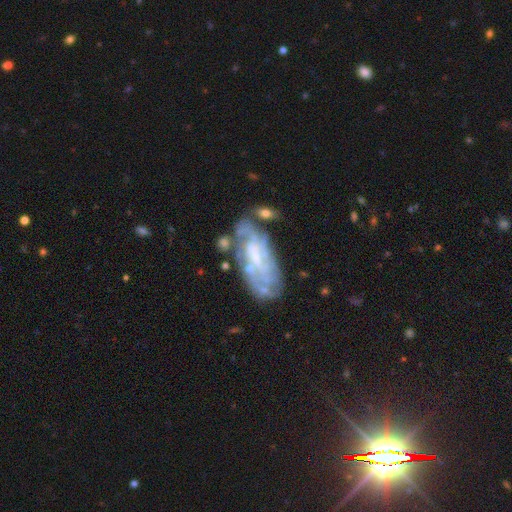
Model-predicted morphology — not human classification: featured or disk 72%, smooth 20%, star or artifact 8%. Down the decision tree: edge-on disk — no (91%); bar — no (49%); spiral arms — yes (65%); bulge size — small (40%); merging — none (51%).